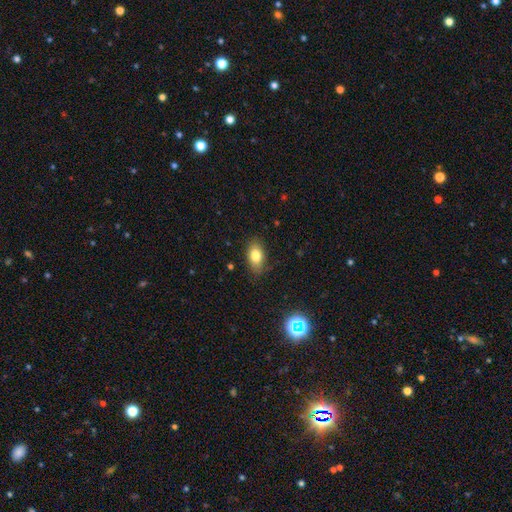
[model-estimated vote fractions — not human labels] The model was most divided on "merging": none: 80%, minor disturbance: 15%, major disturbance: 3%, merger: 1%. More confident: how rounded — in between (87%); smooth or featured — smooth (79%).